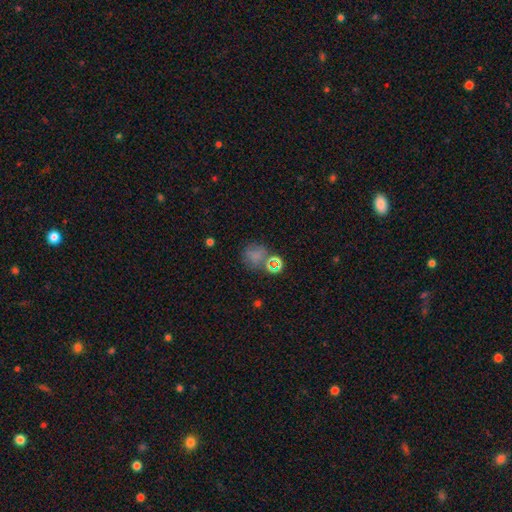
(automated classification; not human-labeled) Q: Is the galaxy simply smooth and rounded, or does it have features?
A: smooth — 61%.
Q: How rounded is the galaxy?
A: round — 77%.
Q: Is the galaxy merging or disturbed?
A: none — 57%.